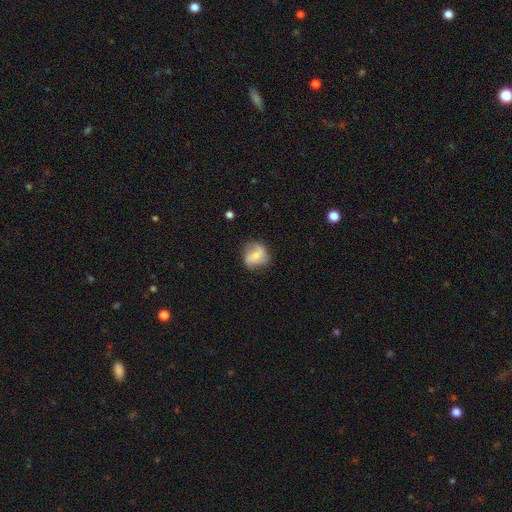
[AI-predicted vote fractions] Overall: smooth (50%; featured or disk 42%). How rounded: round (72%). Merging: none (64%; minor disturbance 25%).